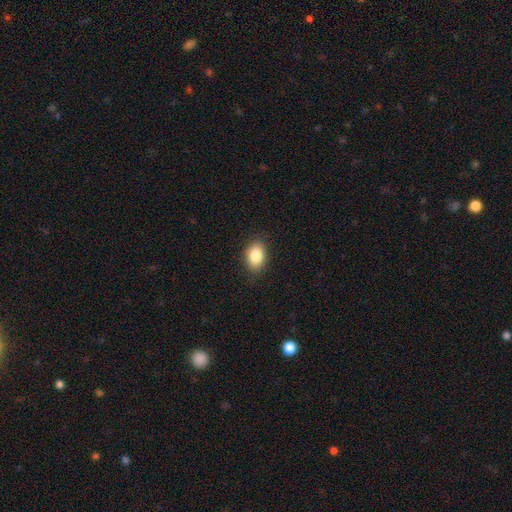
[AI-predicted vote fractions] Overall: smooth (85%). How rounded: in between (81%). Merging: none (87%).